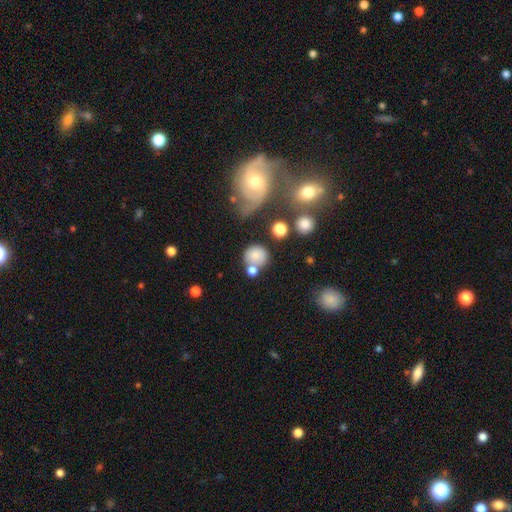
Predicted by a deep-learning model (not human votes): smooth_or_featured: smooth (p=0.74) [alt: featured or disk p=0.15]
how_rounded: round (p=0.85) [alt: in between p=0.14]
merging: none (p=0.55) [alt: merger p=0.21]